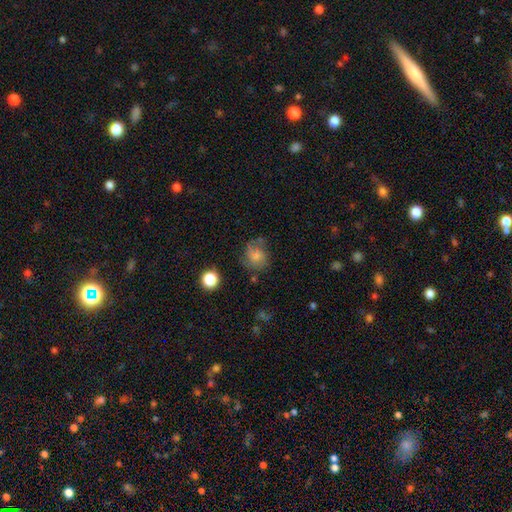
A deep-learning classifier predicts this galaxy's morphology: smooth-or-featured: smooth: 51% | featured or disk: 36% | star or artifact: 13%
  how-rounded: round: 74% | in between: 25% | cigar-shaped: 1%
  merging: none: 57% | minor disturbance: 24% | major disturbance: 14% | merger: 4%